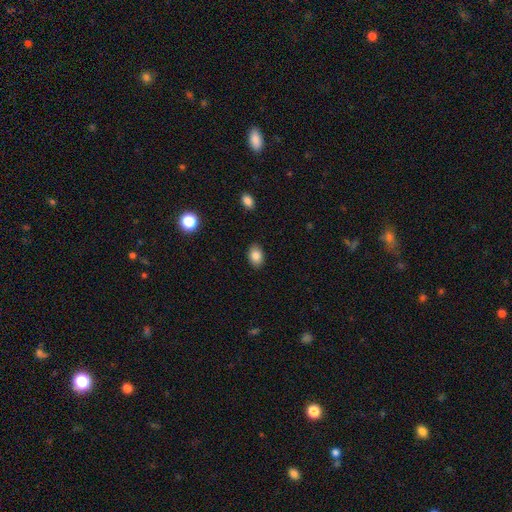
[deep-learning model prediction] Smooth or featured? Predicted: smooth (p=0.84). How rounded? Predicted: in between (p=0.83). Merging? Predicted: none (p=0.87).